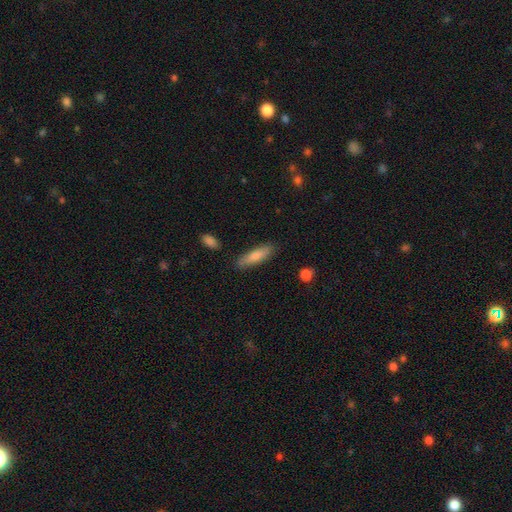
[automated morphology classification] smooth 79%, featured or disk 15%, star or artifact 6%. Down the decision tree: how rounded — cigar-shaped (68%); merging — none (84%).